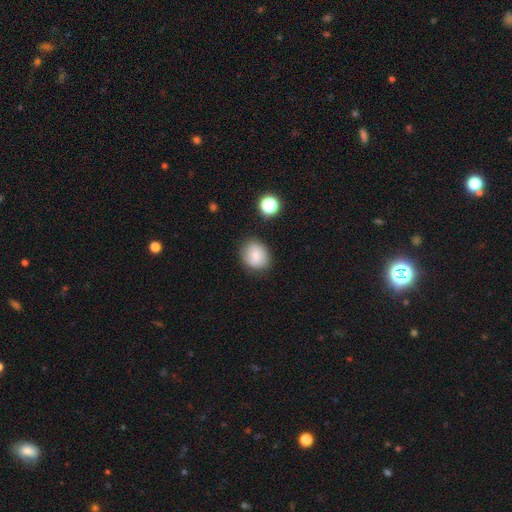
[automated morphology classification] smooth 71%, featured or disk 19%, star or artifact 10%. Down the decision tree: how rounded — round (67%); merging — none (79%).